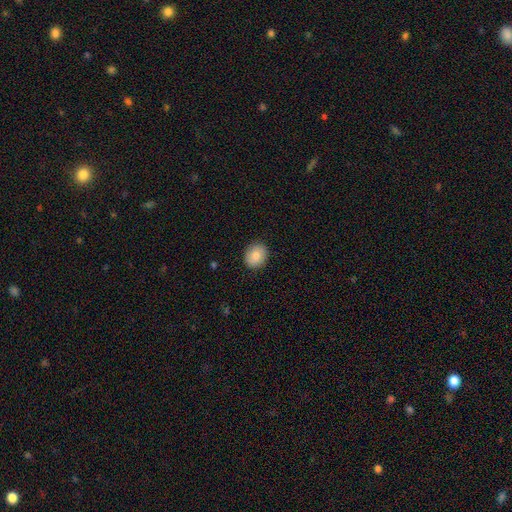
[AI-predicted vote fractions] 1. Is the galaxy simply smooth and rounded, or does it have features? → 83% smooth, 9% featured or disk, 7% star or artifact.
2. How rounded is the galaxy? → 63% round, 36% in between, 1% cigar-shaped.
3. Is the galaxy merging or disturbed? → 88% none, 9% minor disturbance, 2% major disturbance, 1% merger.